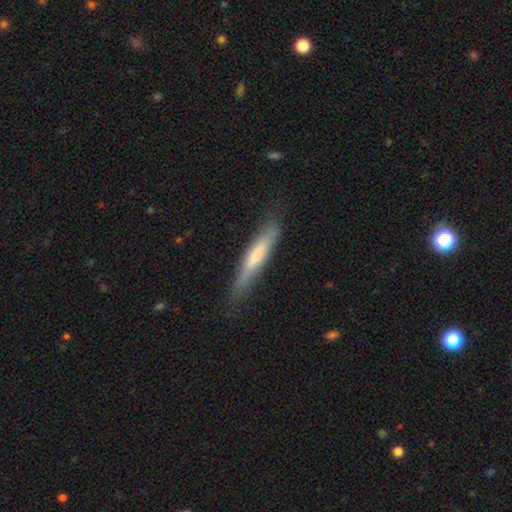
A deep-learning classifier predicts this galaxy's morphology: Overall: smooth (59%; featured or disk 35%). How rounded: cigar-shaped (90%). Merging: none (75%).